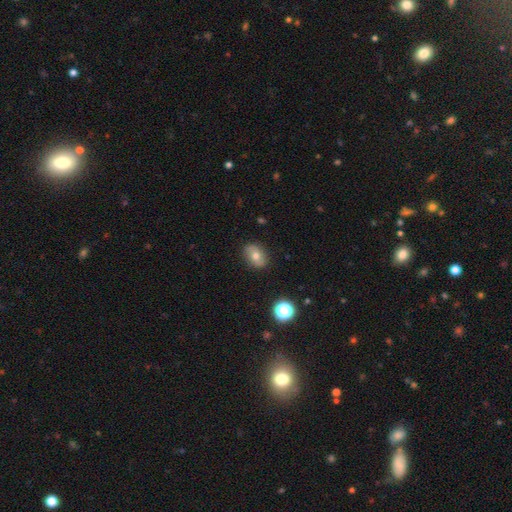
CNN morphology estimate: smooth 63%, featured or disk 26%, star or artifact 11%. Down the decision tree: how rounded — in between (73%); merging — none (83%).